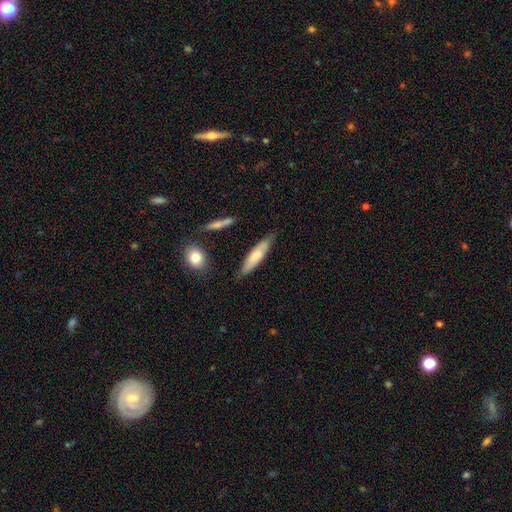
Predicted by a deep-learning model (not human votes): smooth-or-featured: smooth: 68% | featured or disk: 27% | star or artifact: 6%
  how-rounded: cigar-shaped: 74% | in between: 24% | round: 2%
  merging: none: 76% | minor disturbance: 18% | major disturbance: 3% | merger: 3%